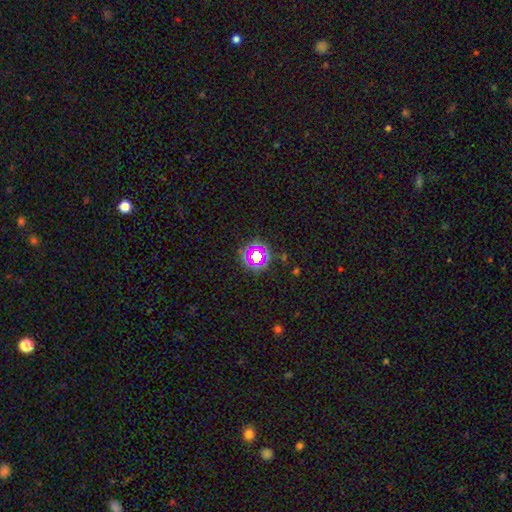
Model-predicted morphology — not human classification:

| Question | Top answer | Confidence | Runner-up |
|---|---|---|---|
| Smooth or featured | star or artifact | 57% | smooth (30%) |